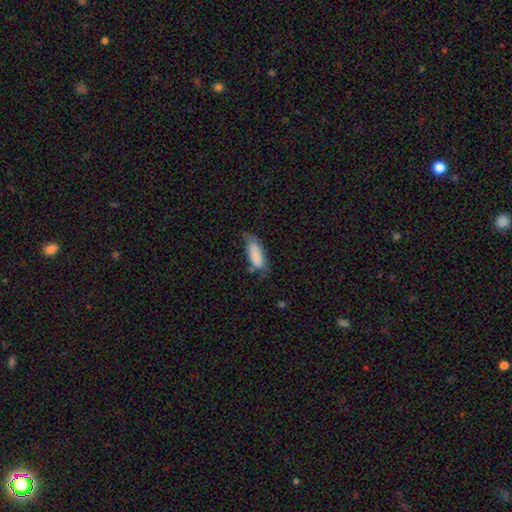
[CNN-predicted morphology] Overall: smooth (80%). How rounded: in between (72%). Merging: none (41%; minor disturbance 37%).